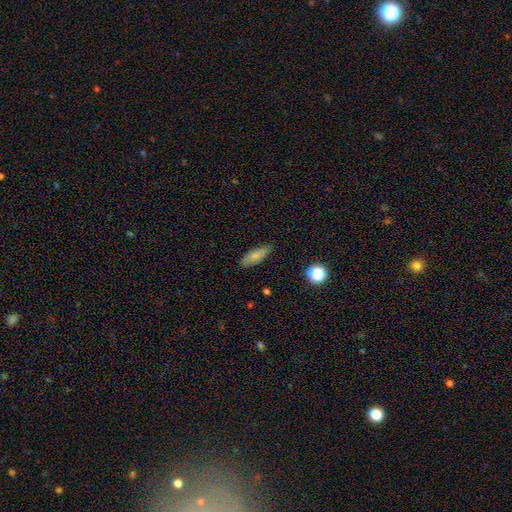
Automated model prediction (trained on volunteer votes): A smooth galaxy with no disk features (79%) that is in between round and cigar-shaped (64%).

Vote fractions:
- Smooth or featured? smooth: 79% / featured or disk: 12% / star or artifact: 8%
- How rounded? in between: 64% / cigar-shaped: 33% / round: 3%
- Merging? none: 80% / minor disturbance: 16% / major disturbance: 3% / merger: 1%